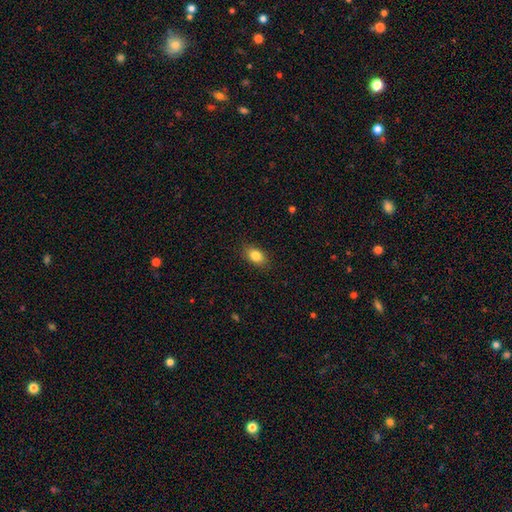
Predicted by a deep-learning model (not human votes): Smooth or featured?
  - smooth: 84% *
  - star or artifact: 8%
  - featured or disk: 8%
How rounded?
  - in between: 86% *
  - round: 11%
  - cigar-shaped: 2%
Merging?
  - none: 87% *
  - minor disturbance: 10%
  - major disturbance: 2%
  - merger: 1%